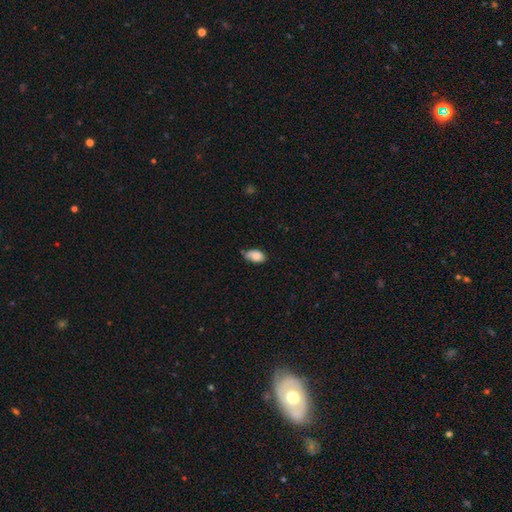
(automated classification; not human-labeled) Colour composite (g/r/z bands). It shows a smooth galaxy with no disk features (80%) that is in between round and cigar-shaped (91%). Merging: none (49%).